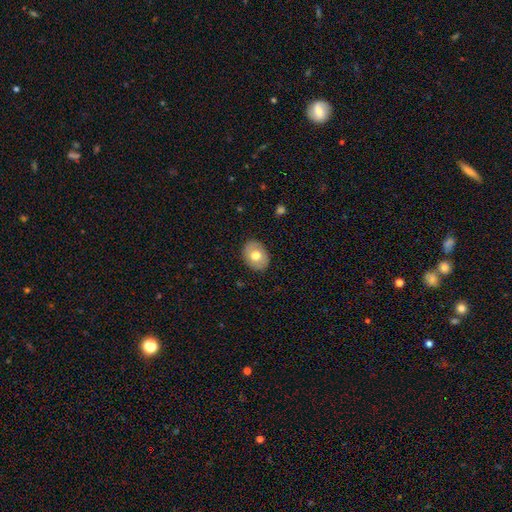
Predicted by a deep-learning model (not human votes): Smooth or featured: smooth — 69% (featured or disk — 24%)
How rounded: in between — 62% (round — 37%)
Merging: none — 88% (minor disturbance — 9%)